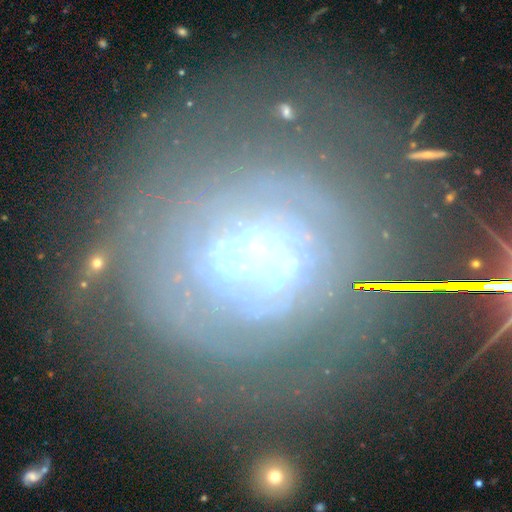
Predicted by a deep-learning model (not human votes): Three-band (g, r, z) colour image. It shows a featured or disk galaxy (63%) with no bar (77%), spiral arms (54%) and a large central bulge (32%). Merging: none (65%).